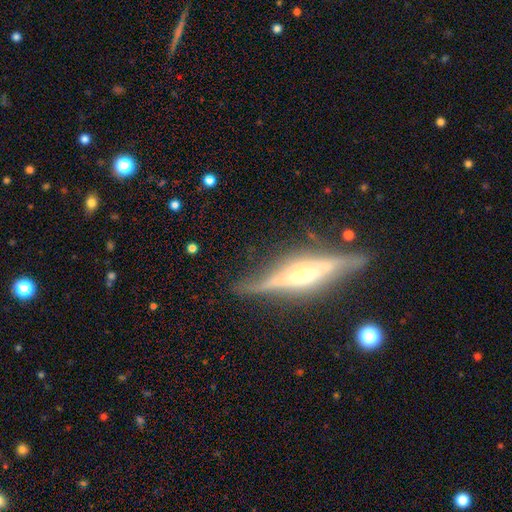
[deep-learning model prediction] smooth_or_featured: featured or disk (p=0.84) [alt: smooth p=0.10]
disk_edge_on: yes (p=0.97) [alt: no p=0.03]
edge_on_bulge: rounded (p=0.70) [alt: boxy p=0.22]
merging: none (p=0.85) [alt: minor disturbance p=0.11]